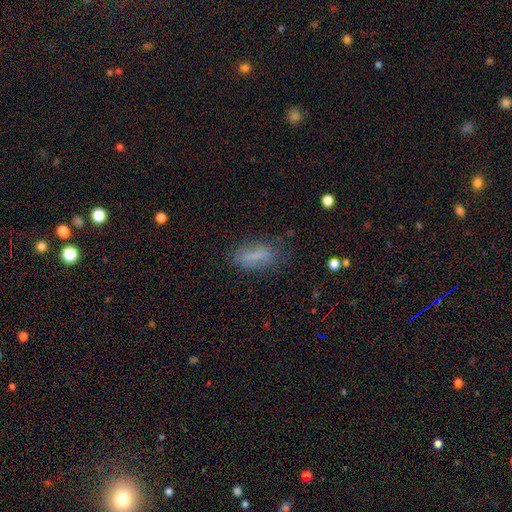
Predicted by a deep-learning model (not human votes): The model was most divided on "how rounded": in between: 64%, cigar-shaped: 32%, round: 3%. More confident: smooth or featured — smooth (72%); merging — none (66%).